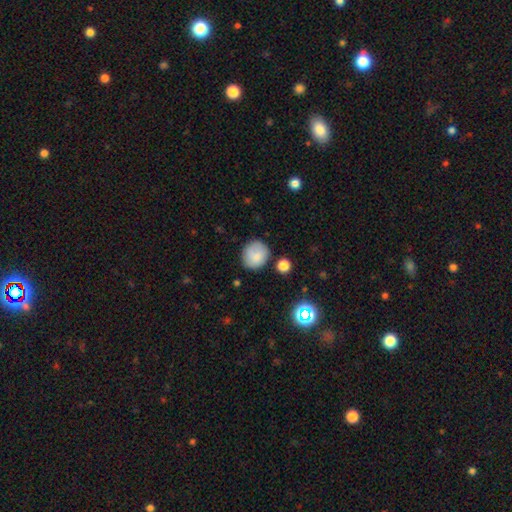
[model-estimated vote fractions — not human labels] Smooth or featured?
  - smooth: 83% *
  - featured or disk: 9%
  - star or artifact: 9%
How rounded?
  - round: 84% *
  - in between: 15%
  - cigar-shaped: 1%
Merging?
  - none: 78% *
  - minor disturbance: 15%
  - merger: 4%
  - major disturbance: 4%